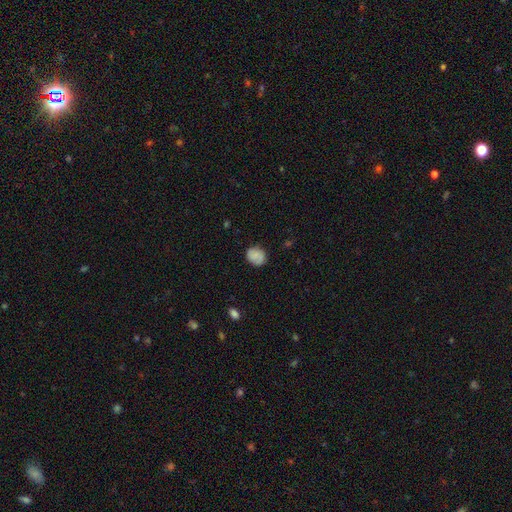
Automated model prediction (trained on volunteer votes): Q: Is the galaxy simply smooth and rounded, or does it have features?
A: smooth — 78%.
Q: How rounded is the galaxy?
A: round — 60%.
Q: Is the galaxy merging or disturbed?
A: none — 79%.